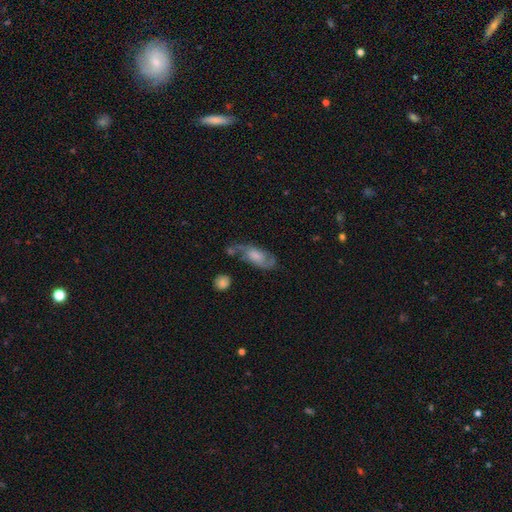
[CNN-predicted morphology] Smooth or featured?
  - featured or disk: 67% *
  - smooth: 25%
  - star or artifact: 8%
Edge-on disk?
  - no: 93% *
  - yes: 7%
Bar?
  - no: 61% *
  - weak: 32%
  - strong: 7%
Spiral arms?
  - yes: 90% *
  - no: 10%
Spiral winding?
  - medium: 48% *
  - loose: 30%
  - tight: 22%
Spiral arm count?
  - 2: 82% *
  - can't tell: 9%
  - 1: 4%
  - 3: 2%
  - 4: 1%
  - more than 4: 1%
Bulge size?
  - moderate: 31% *
  - small: 24%
  - large: 22%
  - none: 20%
  - dominant: 3%
Merging?
  - none: 52% *
  - minor disturbance: 24%
  - major disturbance: 15%
  - merger: 9%